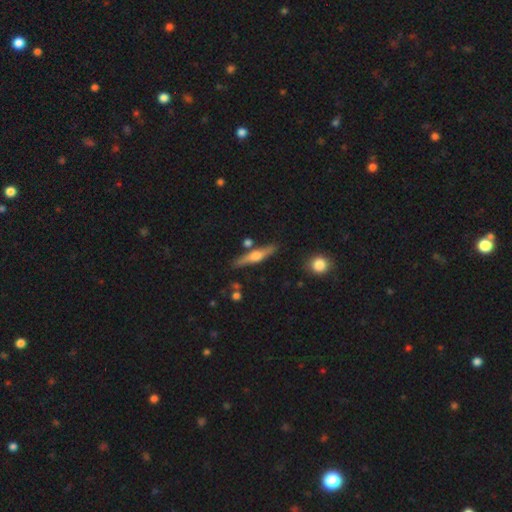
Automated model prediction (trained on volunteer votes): This is likely a featured or disk galaxy (63%). It is clearly viewed edge-on (96%). Edge-on bulge: clearly rounded (90%). Merging: clearly none (82%).